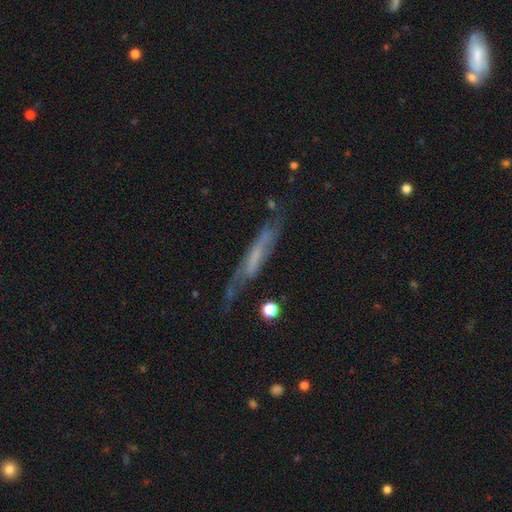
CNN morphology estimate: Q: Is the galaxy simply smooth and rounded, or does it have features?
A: featured or disk — 62%.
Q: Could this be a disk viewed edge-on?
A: yes — 56%.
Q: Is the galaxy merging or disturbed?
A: none — 58%.